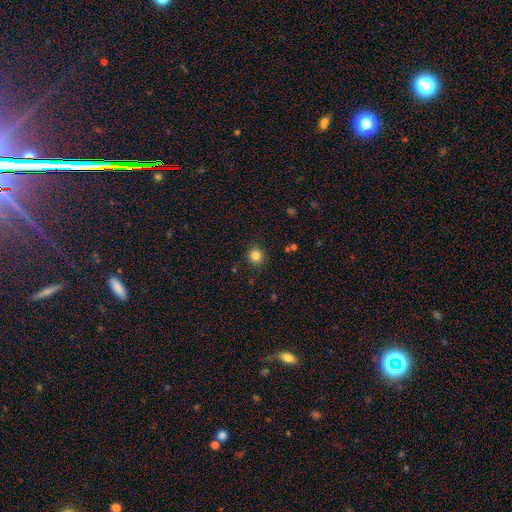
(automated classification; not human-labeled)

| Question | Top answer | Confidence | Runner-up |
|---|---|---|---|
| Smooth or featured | smooth | 83% | star or artifact (12%) |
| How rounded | round | 90% | in between (9%) |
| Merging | none | 90% | minor disturbance (7%) |